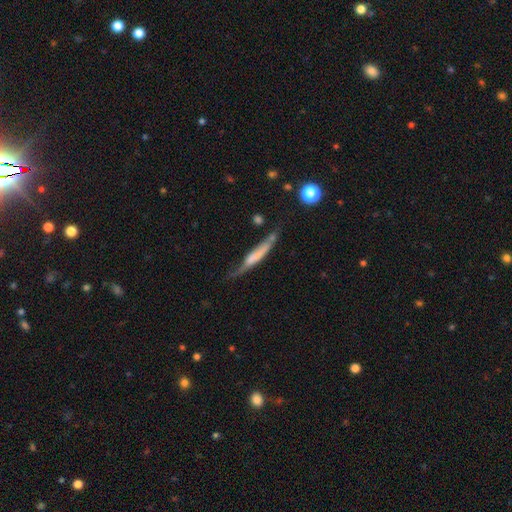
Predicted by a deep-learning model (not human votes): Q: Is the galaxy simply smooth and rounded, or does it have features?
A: smooth — 46%, tied with featured or disk.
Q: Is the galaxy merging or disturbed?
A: none — 43%.